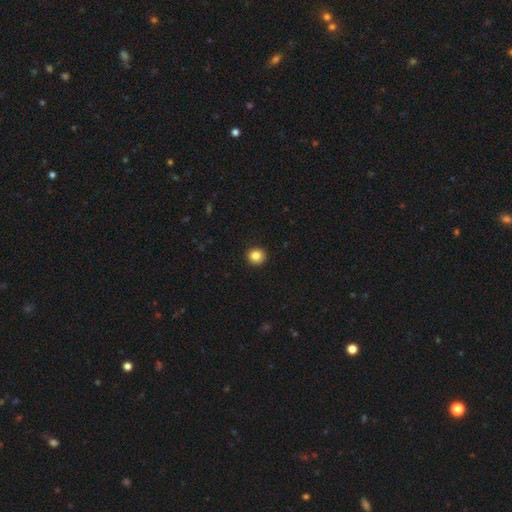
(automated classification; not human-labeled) This is clearly a smooth galaxy (85%). How rounded: clearly round (91%). Merging: clearly none (91%).